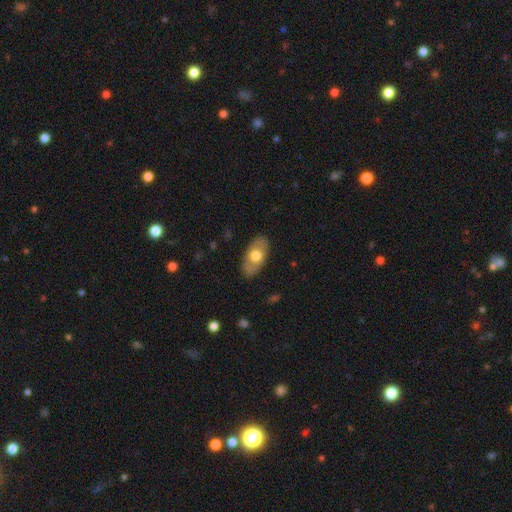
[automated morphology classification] type=smooth (60%); roundness=in between (91%); merging=none (85%).